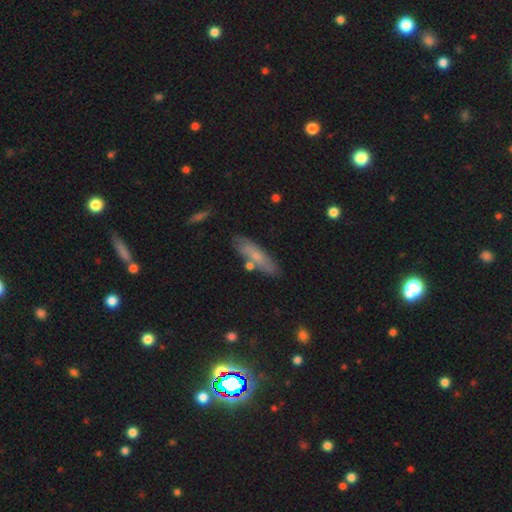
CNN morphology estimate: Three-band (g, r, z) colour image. It shows a smooth galaxy with no disk features (65%) that is cigar-shaped (68%). Merging: none (76%).